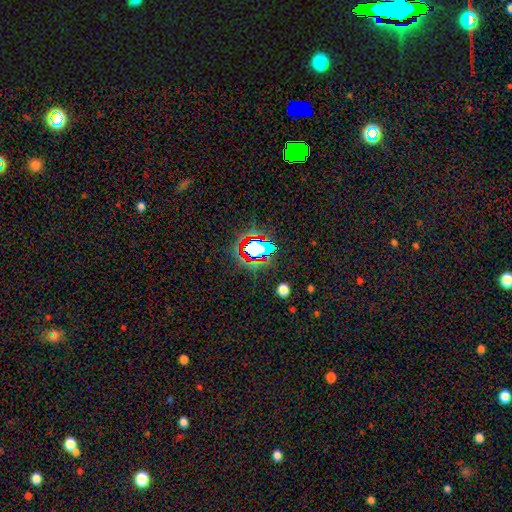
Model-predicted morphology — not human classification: Smooth or featured? Predicted: star or artifact (p=0.64).